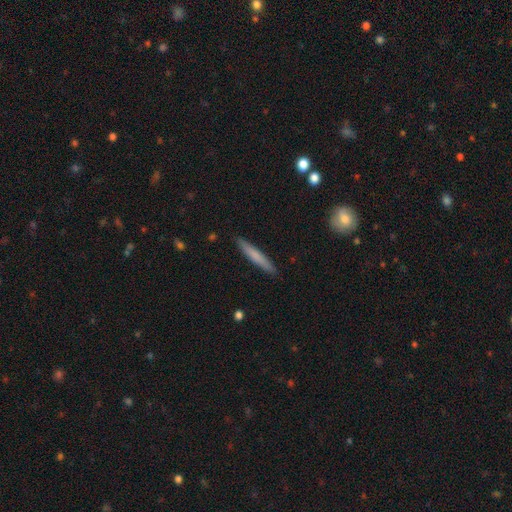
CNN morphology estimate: Overall: smooth (69%). How rounded: cigar-shaped (95%). Merging: none (90%).